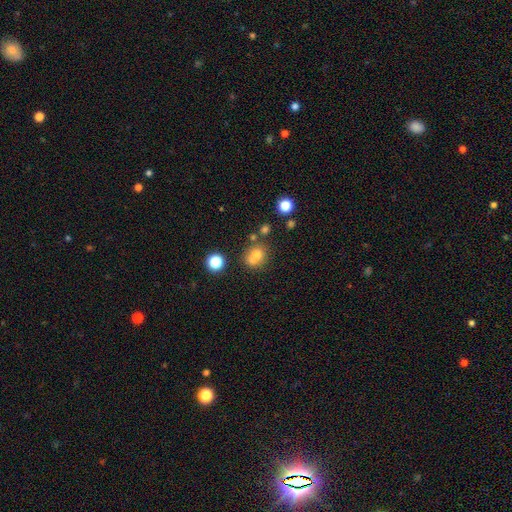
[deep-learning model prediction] A smooth galaxy with no disk features (69%) that is round (78%). Merging: none (44%).